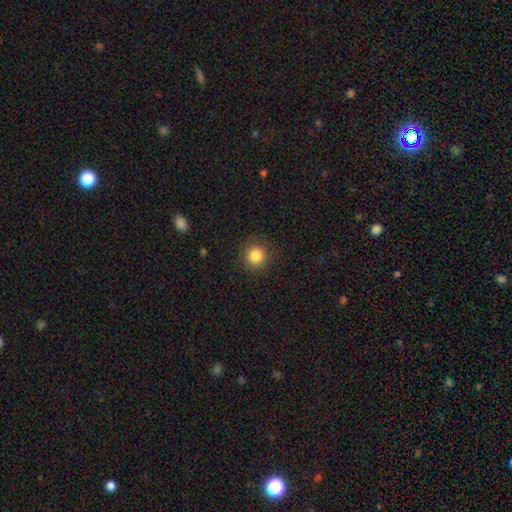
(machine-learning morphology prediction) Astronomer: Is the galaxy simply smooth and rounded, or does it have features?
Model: smooth — 84%.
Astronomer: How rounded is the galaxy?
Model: round — 94%.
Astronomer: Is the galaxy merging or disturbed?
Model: none — 90%.